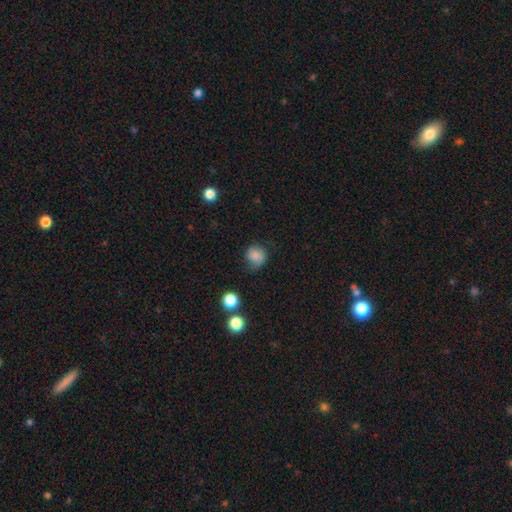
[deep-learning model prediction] A smooth galaxy with no disk features (78%) that is round (83%).

Vote fractions:
- Smooth or featured? smooth: 78% / featured or disk: 11% / star or artifact: 11%
- How rounded? round: 83% / in between: 16% / cigar-shaped: 1%
- Merging? none: 62% / minor disturbance: 27% / major disturbance: 9% / merger: 2%